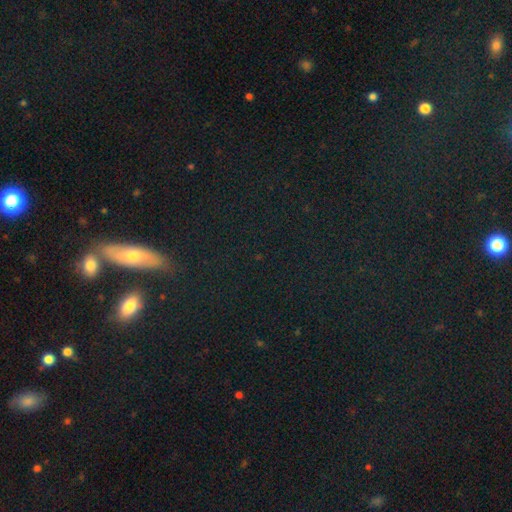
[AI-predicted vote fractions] A star or artifact, not a galaxy (41%).